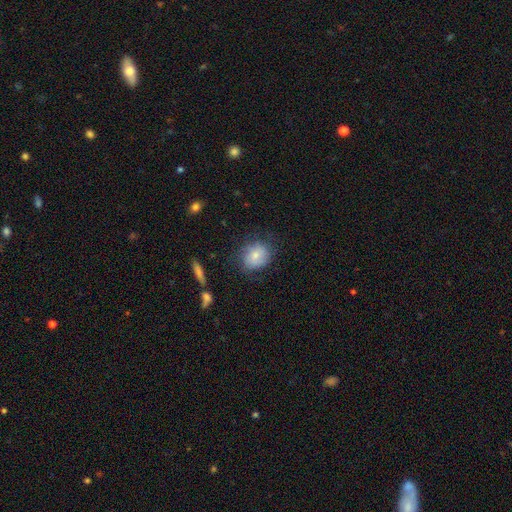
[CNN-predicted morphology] smooth-or-featured: smooth: 69% | featured or disk: 24% | star or artifact: 8%
  how-rounded: round: 62% | in between: 37% | cigar-shaped: 1%
  merging: none: 66% | minor disturbance: 23% | major disturbance: 9% | merger: 2%